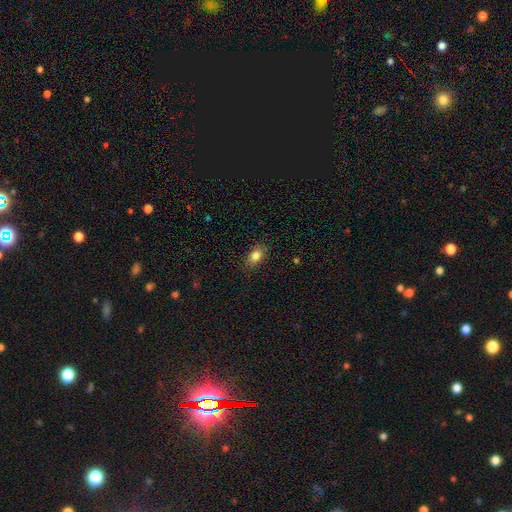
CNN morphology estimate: Q: Smooth or featured?
A: smooth (84%); runner-up: star or artifact (9%)
Q: How rounded?
A: in between (86%); runner-up: round (11%)
Q: Merging?
A: none (84%); runner-up: minor disturbance (12%)